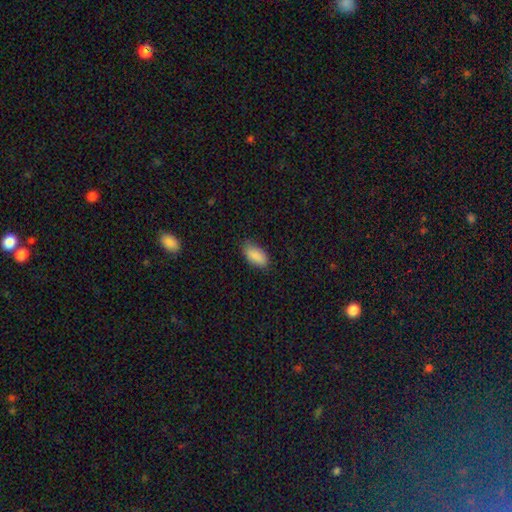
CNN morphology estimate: This appears to be a smooth galaxy with no disk features (89%) that is in between round and cigar-shaped (92%). Merging: none (77%).